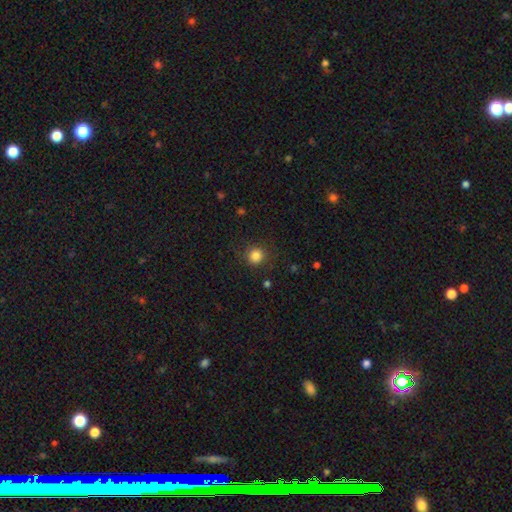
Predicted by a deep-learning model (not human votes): smooth_or_featured: smooth (p=0.84) [alt: star or artifact p=0.12]
how_rounded: round (p=0.92) [alt: in between p=0.07]
merging: none (p=0.86) [alt: minor disturbance p=0.09]